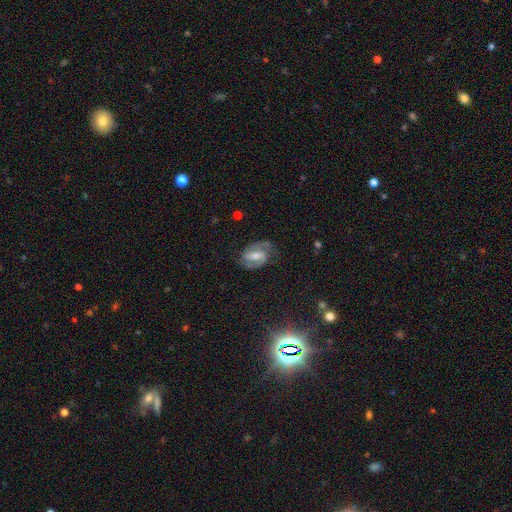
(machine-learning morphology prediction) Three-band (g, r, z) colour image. It shows a featured or disk galaxy (81%) with a weak bar (48%), 2 (90%) medium (53%) spiral arms (95%) and a moderate central bulge (54%). Merging: none (74%).